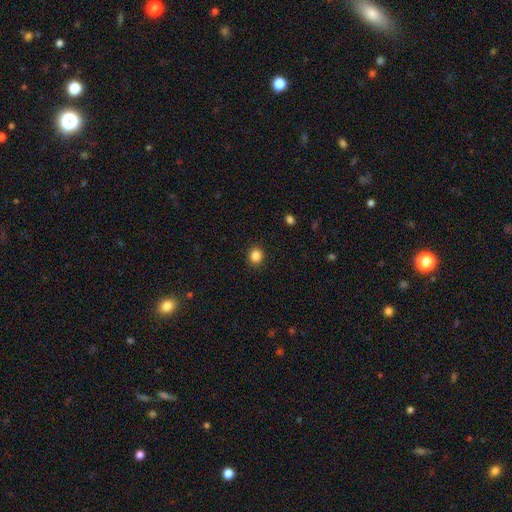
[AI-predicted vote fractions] Smooth or featured? smooth (85%)
How rounded? round (83%)
Merging? none (91%)